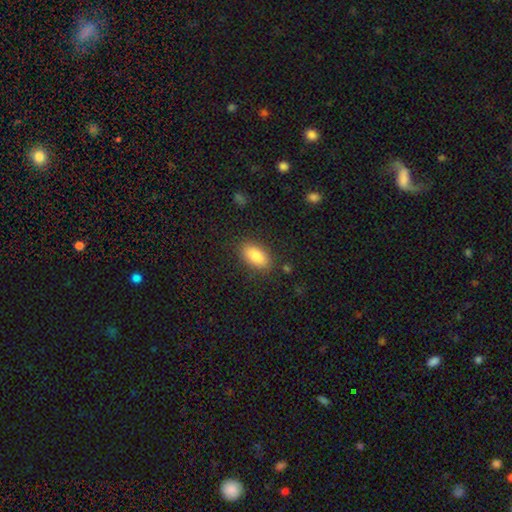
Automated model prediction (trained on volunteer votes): Morphology: type=smooth (85%); roundness=in between (91%); merging=none (86%).